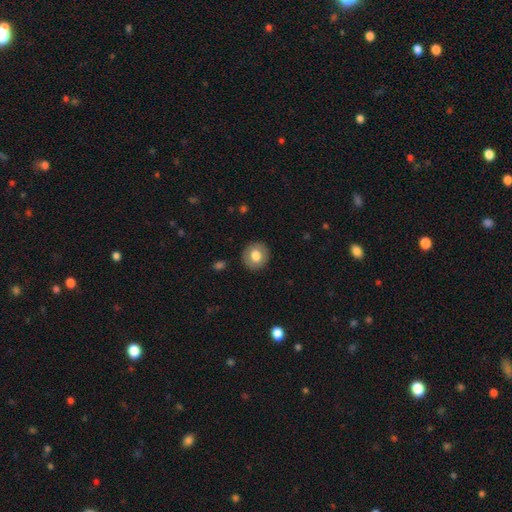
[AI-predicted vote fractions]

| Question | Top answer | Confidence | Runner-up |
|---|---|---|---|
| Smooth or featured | smooth | 72% | featured or disk (20%) |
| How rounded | round | 85% | in between (14%) |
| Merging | none | 89% | minor disturbance (7%) |